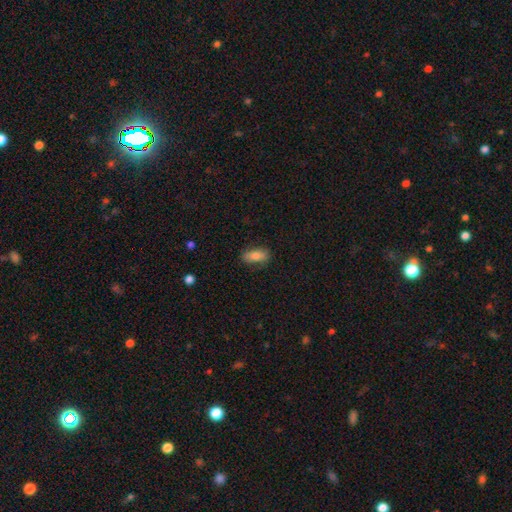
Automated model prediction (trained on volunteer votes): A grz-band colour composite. It shows a smooth galaxy with no disk features (80%) that is in between round and cigar-shaped (84%). Merging: none (82%).